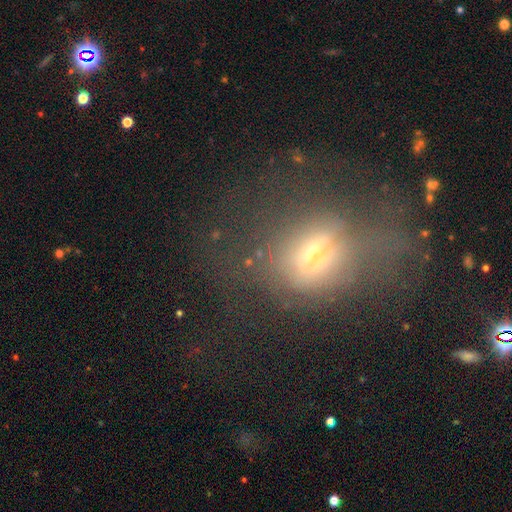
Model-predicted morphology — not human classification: smooth-or-featured: smooth: 48% | featured or disk: 28% | star or artifact: 24%
  merging: none: 40% | major disturbance: 34% | minor disturbance: 21% | merger: 5%